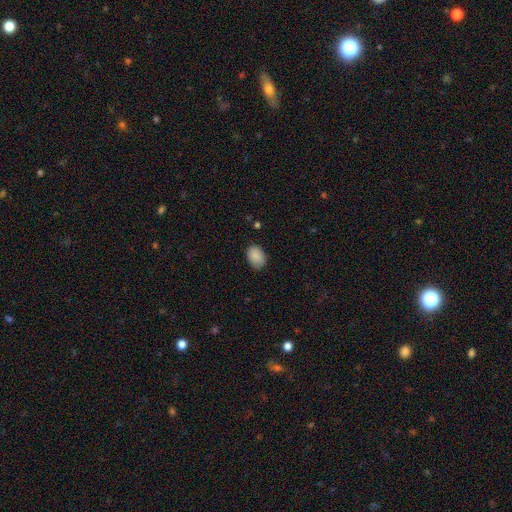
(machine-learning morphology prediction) type=smooth (88%); roundness=in between (80%); merging=none (83%).